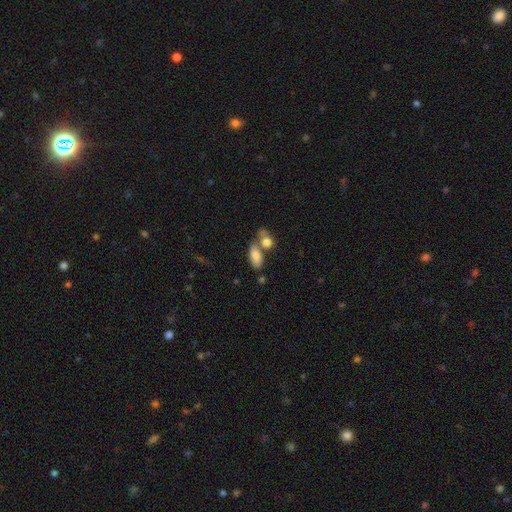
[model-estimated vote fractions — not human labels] Q: Smooth or featured?
A: smooth (81%); runner-up: featured or disk (11%)
Q: How rounded?
A: in between (86%); runner-up: cigar-shaped (7%)
Q: Merging?
A: merger (43%); runner-up: none (39%)